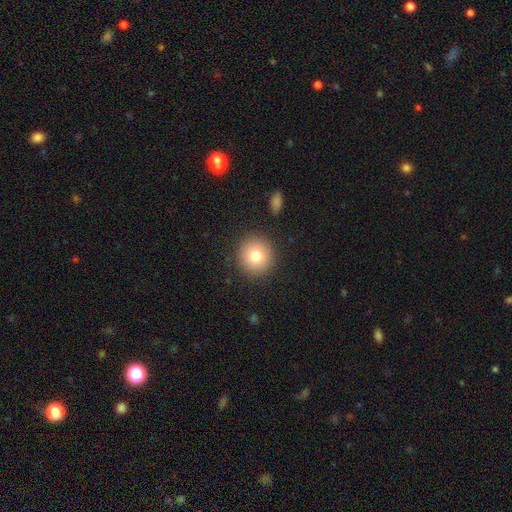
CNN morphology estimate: Smooth or featured?
  - smooth: 79% *
  - featured or disk: 11%
  - star or artifact: 10%
How rounded?
  - round: 93% *
  - in between: 6%
  - cigar-shaped: 1%
Merging?
  - none: 90% *
  - minor disturbance: 6%
  - major disturbance: 2%
  - merger: 2%